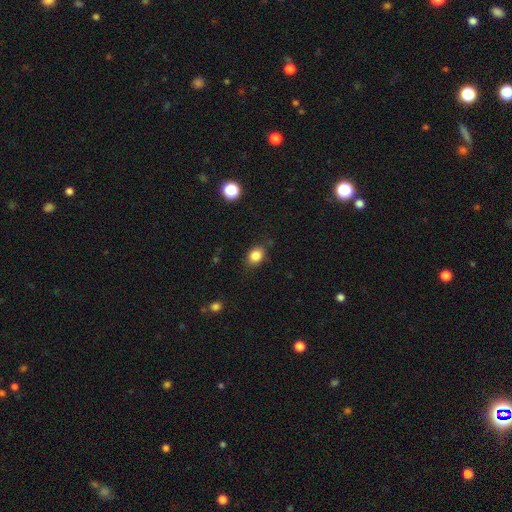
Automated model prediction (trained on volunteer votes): A smooth galaxy with no disk features (84%) that is in between round and cigar-shaped (59%).

Vote fractions:
- Smooth or featured? smooth: 84% / star or artifact: 10% / featured or disk: 6%
- How rounded? in between: 59% / round: 40% / cigar-shaped: 1%
- Merging? none: 80% / minor disturbance: 15% / major disturbance: 4% / merger: 2%